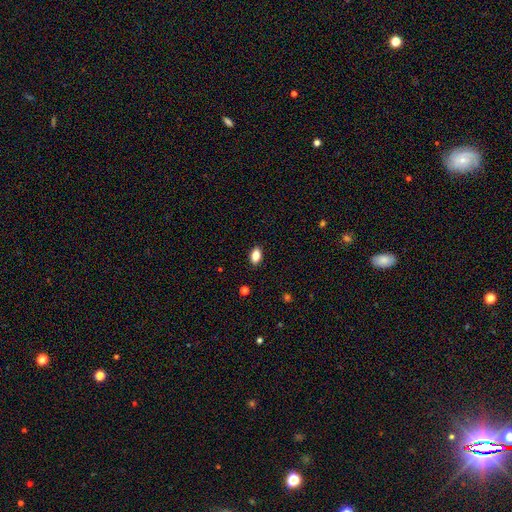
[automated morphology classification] This appears to be a smooth galaxy with no disk features (85%) that is in between round and cigar-shaped (87%). Merging: none (89%).